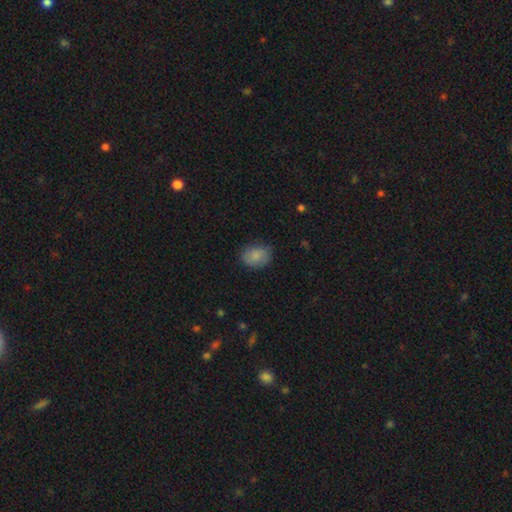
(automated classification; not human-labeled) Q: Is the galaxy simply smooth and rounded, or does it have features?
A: smooth — 84%.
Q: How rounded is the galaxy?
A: in between — 55%.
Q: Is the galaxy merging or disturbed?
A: none — 76%.